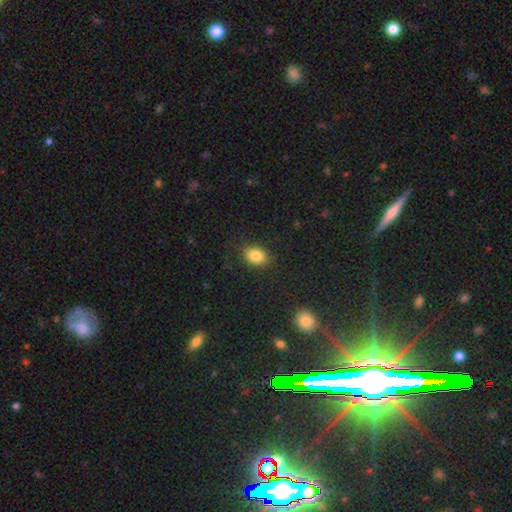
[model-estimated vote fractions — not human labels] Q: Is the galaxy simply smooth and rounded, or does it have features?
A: smooth — 84%.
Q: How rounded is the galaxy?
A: in between — 76%.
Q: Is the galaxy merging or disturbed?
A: none — 86%.